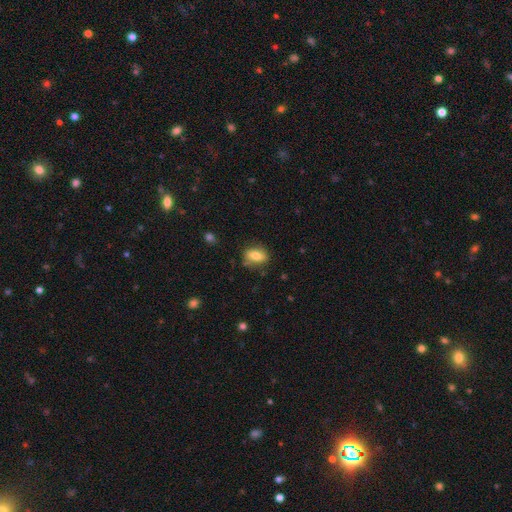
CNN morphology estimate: Smooth or featured? Predicted: smooth (p=0.73). How rounded? Predicted: in between (p=0.77). Merging? Predicted: none (p=0.76).